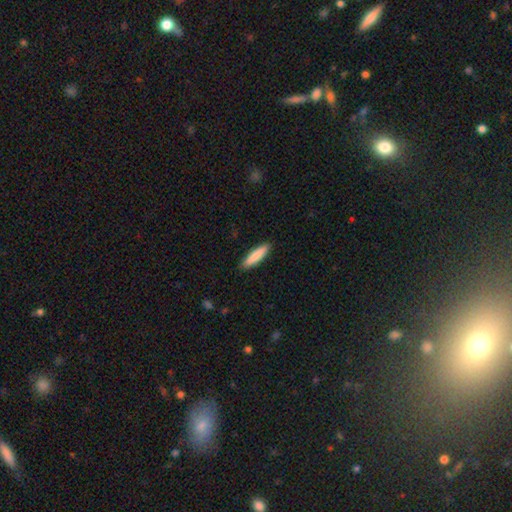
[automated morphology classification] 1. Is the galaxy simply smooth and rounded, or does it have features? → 84% smooth, 10% featured or disk, 5% star or artifact.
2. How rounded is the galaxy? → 78% cigar-shaped, 21% in between, 1% round.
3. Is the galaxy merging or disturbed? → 90% none, 8% minor disturbance, 2% major disturbance, 1% merger.